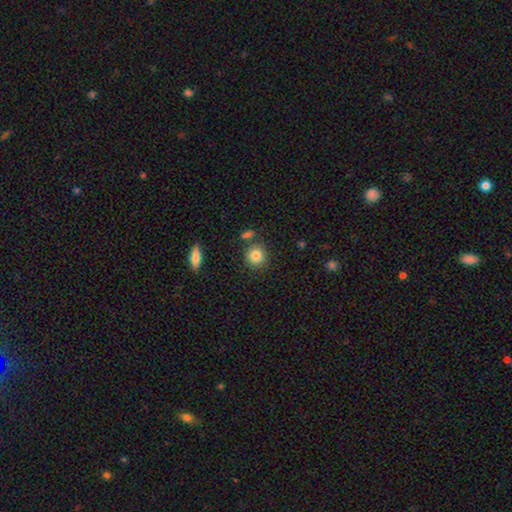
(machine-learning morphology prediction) A smooth galaxy with no disk features (84%) that is round (87%).

Vote fractions:
- Smooth or featured? smooth: 84% / star or artifact: 9% / featured or disk: 7%
- How rounded? round: 87% / in between: 12% / cigar-shaped: 1%
- Merging? none: 79% / minor disturbance: 10% / merger: 8% / major disturbance: 3%